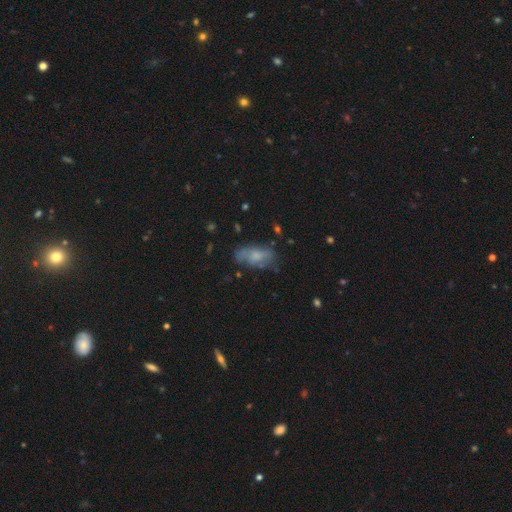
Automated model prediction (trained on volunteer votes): smooth 57%, featured or disk 34%, star or artifact 9%. Down the decision tree: how rounded — in between (85%); merging — none (56%).